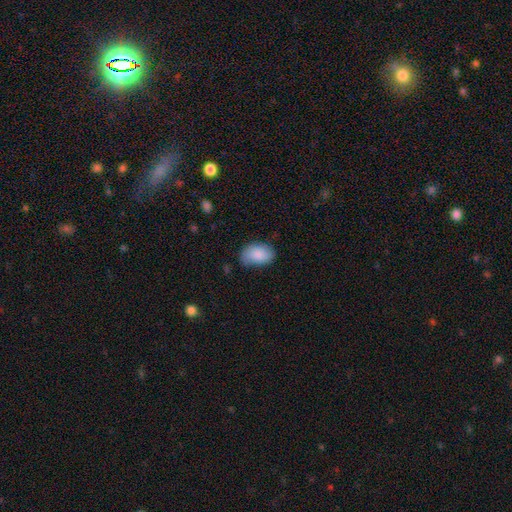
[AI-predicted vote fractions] Q: Smooth or featured?
A: smooth (86%); runner-up: featured or disk (7%)
Q: How rounded?
A: in between (90%); runner-up: round (9%)
Q: Merging?
A: none (66%); runner-up: minor disturbance (27%)